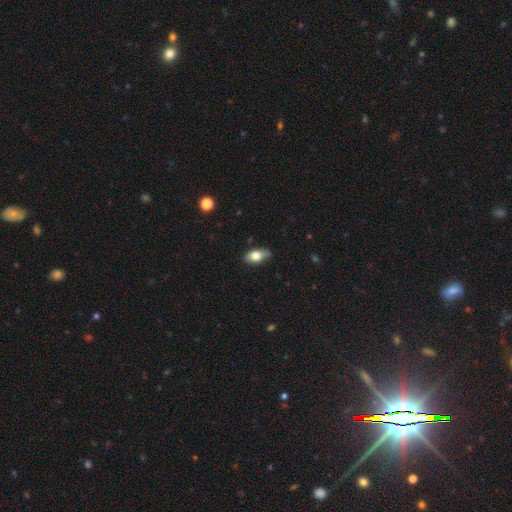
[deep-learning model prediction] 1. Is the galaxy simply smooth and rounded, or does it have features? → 77% smooth, 16% featured or disk, 7% star or artifact.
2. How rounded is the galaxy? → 89% in between, 6% round, 6% cigar-shaped.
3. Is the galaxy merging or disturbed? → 78% none, 18% minor disturbance, 3% major disturbance, 1% merger.